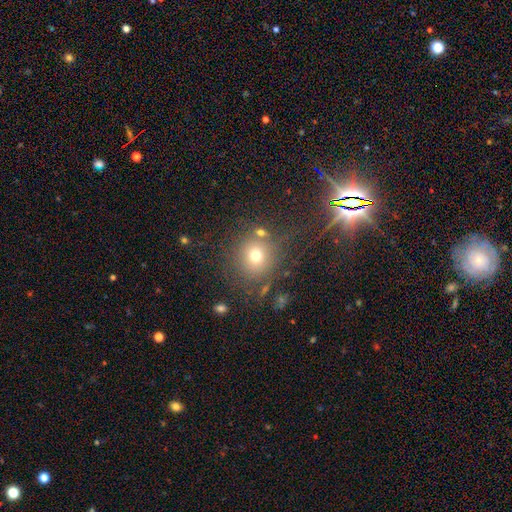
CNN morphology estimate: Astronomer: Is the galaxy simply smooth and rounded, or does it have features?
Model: smooth — 70%.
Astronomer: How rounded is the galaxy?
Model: round — 87%.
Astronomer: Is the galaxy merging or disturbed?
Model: none — 74%.